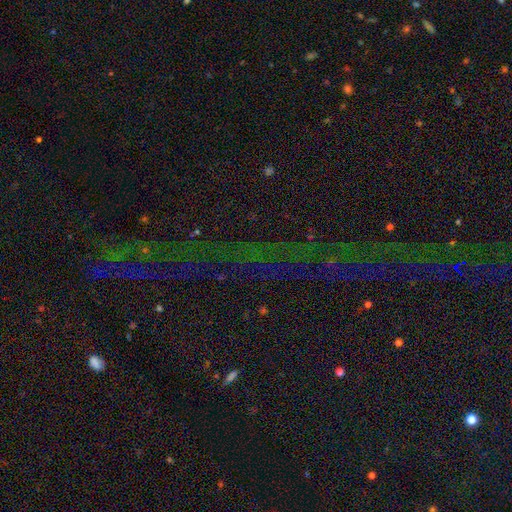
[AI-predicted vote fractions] A star or artifact, not a galaxy (75%).

Vote fractions:
- Smooth or featured? star or artifact: 75% / featured or disk: 13% / smooth: 12%